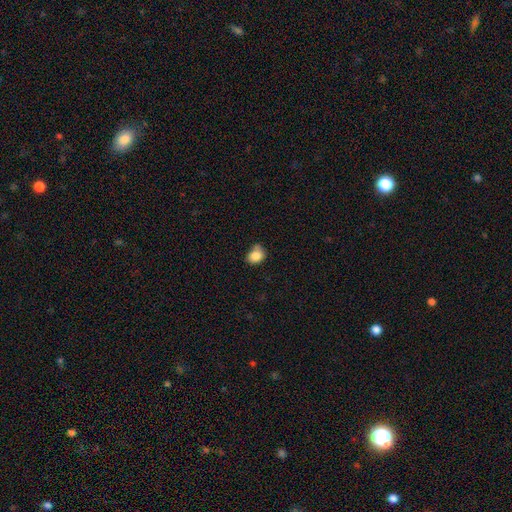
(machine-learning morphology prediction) smooth-or-featured: smooth: 84% | star or artifact: 10% | featured or disk: 6%
  how-rounded: round: 50% | in between: 49% | cigar-shaped: 1%
  merging: none: 53% | minor disturbance: 30% | merger: 10% | major disturbance: 7%